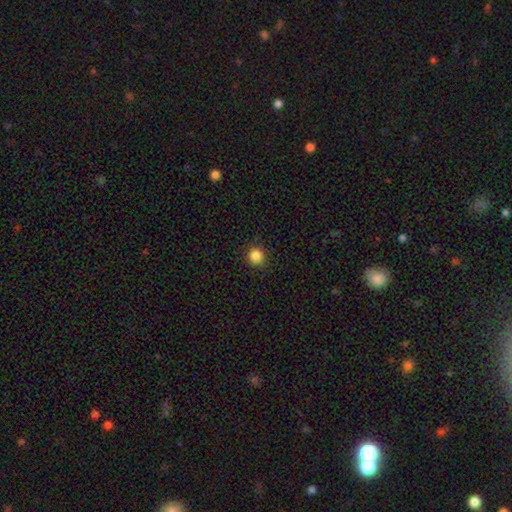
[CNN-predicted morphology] smooth-or-featured: smooth: 86% | star or artifact: 11% | featured or disk: 3%
  how-rounded: round: 93% | in between: 6% | cigar-shaped: 1%
  merging: none: 90% | minor disturbance: 7% | major disturbance: 2% | merger: 1%